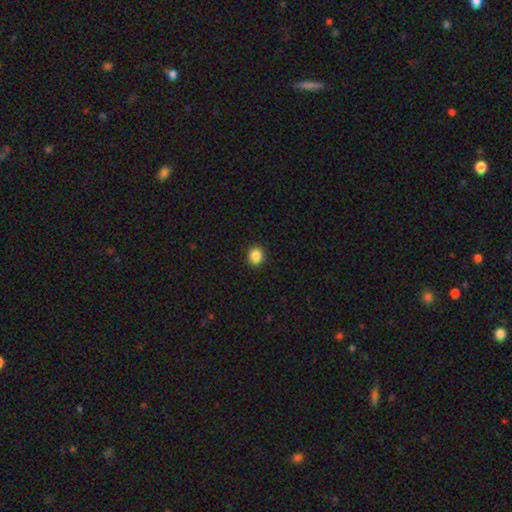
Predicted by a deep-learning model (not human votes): Smooth or featured: smooth — 87% (star or artifact — 10%)
How rounded: round — 77% (in between — 22%)
Merging: none — 91% (minor disturbance — 6%)